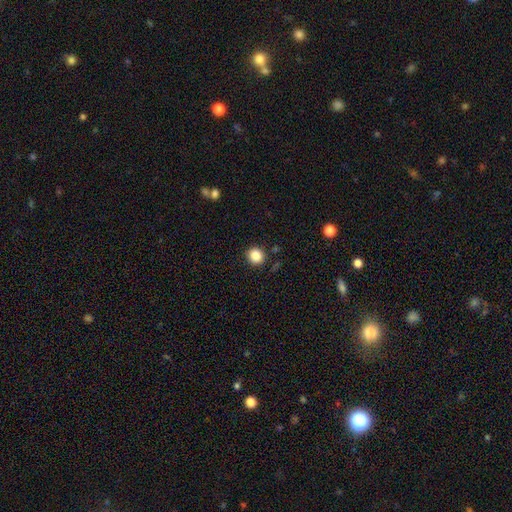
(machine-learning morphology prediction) This appears to be a smooth galaxy with no disk features (86%) that is round (89%). Merging: none (90%).